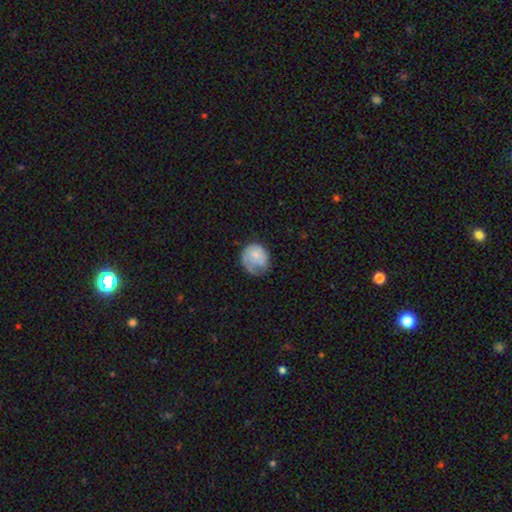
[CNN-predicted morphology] Smooth or featured?
  - smooth: 60% *
  - featured or disk: 33%
  - star or artifact: 7%
How rounded?
  - round: 73% *
  - in between: 26%
  - cigar-shaped: 1%
Merging?
  - none: 42% *
  - minor disturbance: 34%
  - major disturbance: 22%
  - merger: 2%